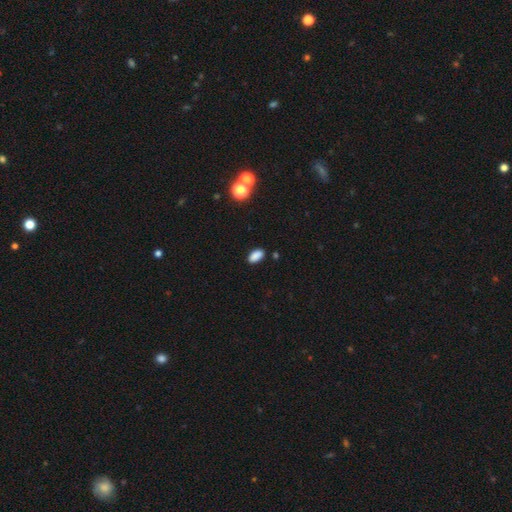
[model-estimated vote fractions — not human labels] Smooth or featured? smooth (86%)
How rounded? in between (92%)
Merging? none (87%)